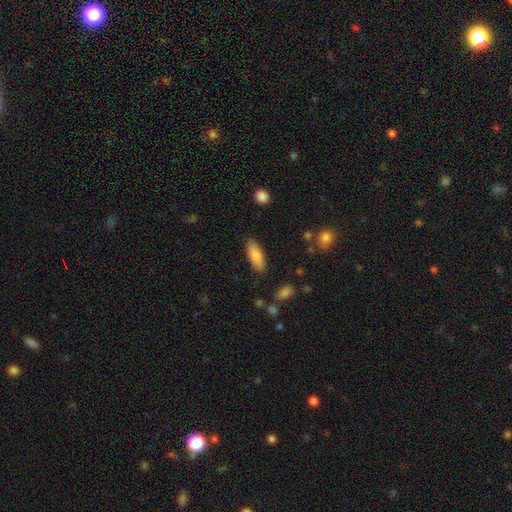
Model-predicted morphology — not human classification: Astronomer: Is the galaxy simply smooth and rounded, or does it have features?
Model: smooth — 81%.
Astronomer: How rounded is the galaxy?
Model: in between — 62%.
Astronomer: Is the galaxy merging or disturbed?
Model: none — 85%.